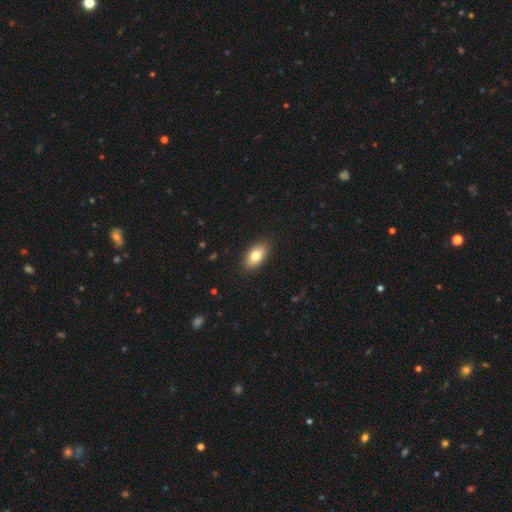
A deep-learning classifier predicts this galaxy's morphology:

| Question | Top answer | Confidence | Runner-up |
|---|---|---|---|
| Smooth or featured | smooth | 80% | featured or disk (13%) |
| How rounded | in between | 91% | round (5%) |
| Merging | none | 88% | minor disturbance (9%) |